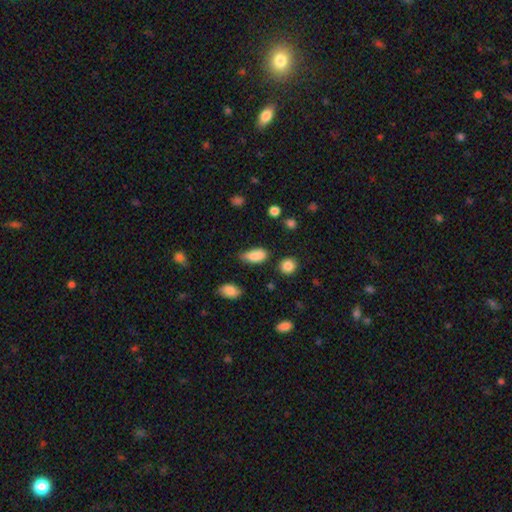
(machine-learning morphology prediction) The model was most divided on "merging": none: 46%, minor disturbance: 38%, major disturbance: 10%, merger: 6%. More confident: how rounded — in between (86%); smooth or featured — smooth (83%).